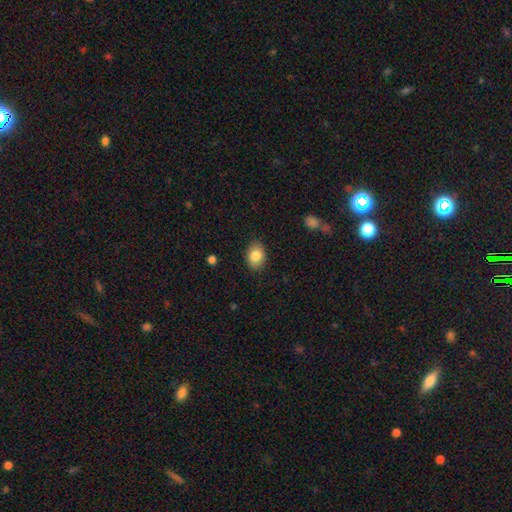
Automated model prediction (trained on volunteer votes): This appears to be a smooth galaxy with no disk features (84%) that is in between round and cigar-shaped (70%). Merging: none (87%).